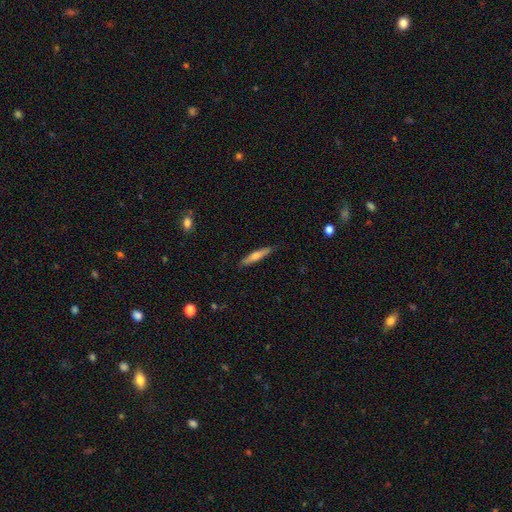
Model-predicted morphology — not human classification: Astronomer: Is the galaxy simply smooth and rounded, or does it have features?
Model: smooth — 49% (runner-up: featured or disk, 45%).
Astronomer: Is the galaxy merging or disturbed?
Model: none — 88%.